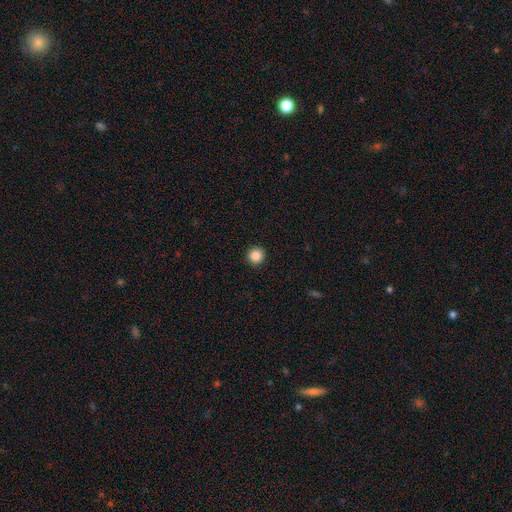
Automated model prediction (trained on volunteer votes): Smooth or featured: smooth — 87% (star or artifact — 10%)
How rounded: round — 94% (in between — 5%)
Merging: none — 93% (minor disturbance — 4%)